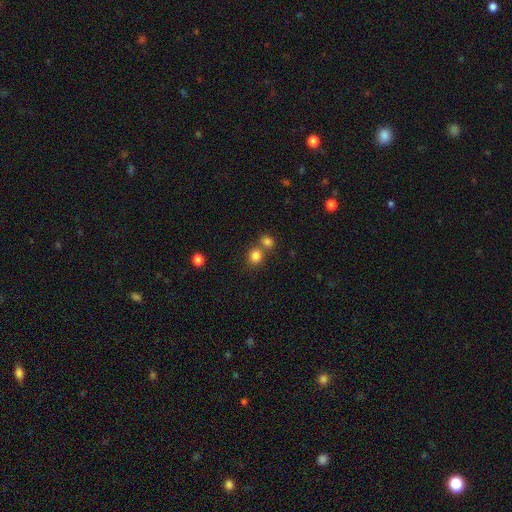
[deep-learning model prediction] A smooth galaxy with no disk features (82%) that is round (78%). Merging: none (57%).